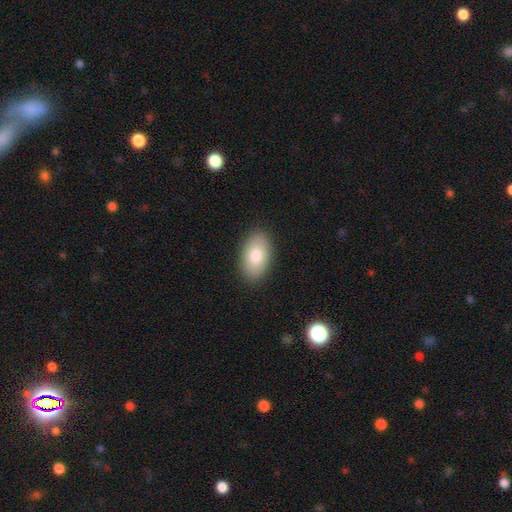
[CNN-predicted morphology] smooth_or_featured: smooth (p=0.81) [alt: featured or disk p=0.12]
how_rounded: in between (p=0.94) [alt: round p=0.05]
merging: none (p=0.88) [alt: minor disturbance p=0.09]